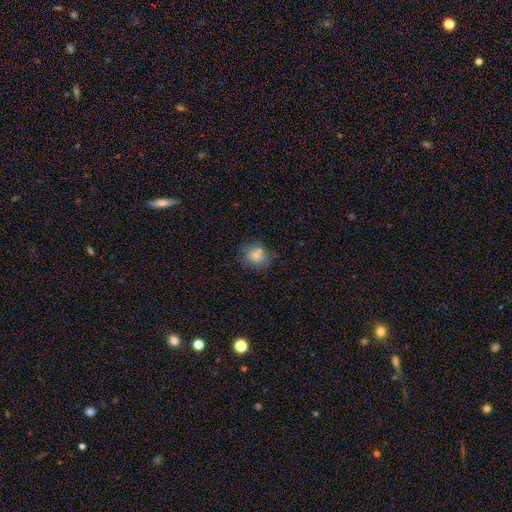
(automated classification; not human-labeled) This appears to be a smooth galaxy with no disk features (72%) that is round (78%). Merging: none (74%).